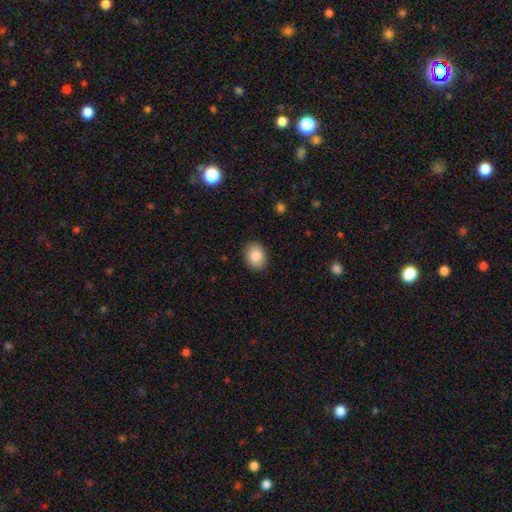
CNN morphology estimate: Q: Smooth or featured?
A: smooth (87%); runner-up: star or artifact (7%)
Q: How rounded?
A: in between (64%); runner-up: round (35%)
Q: Merging?
A: none (89%); runner-up: minor disturbance (8%)